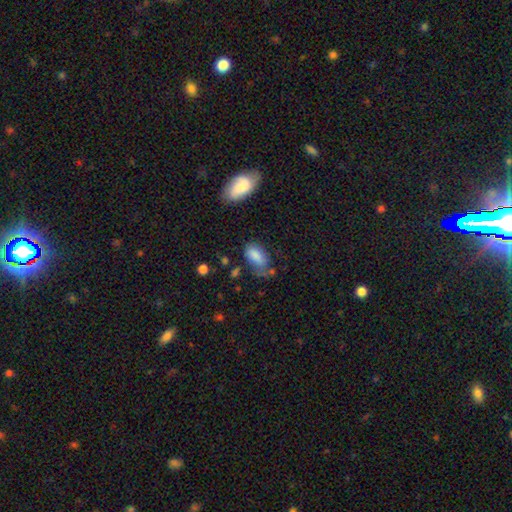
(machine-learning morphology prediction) A smooth galaxy with no disk features (82%) that is in between round and cigar-shaped (92%).

Vote fractions:
- Smooth or featured? smooth: 82% / featured or disk: 10% / star or artifact: 8%
- How rounded? in between: 92% / round: 4% / cigar-shaped: 3%
- Merging? none: 48% / minor disturbance: 33% / major disturbance: 13% / merger: 6%